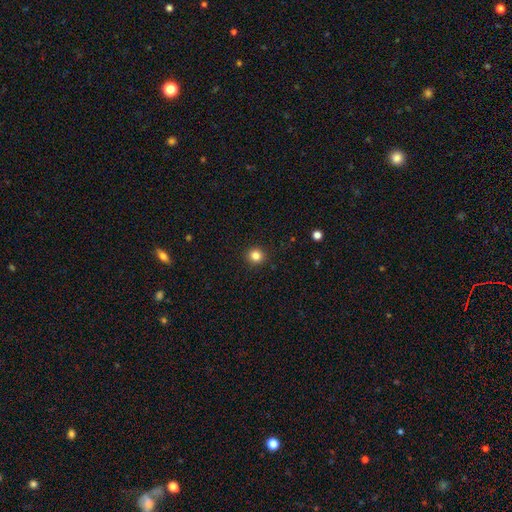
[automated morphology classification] Overall: smooth (84%). How rounded: round (93%). Merging: none (93%).